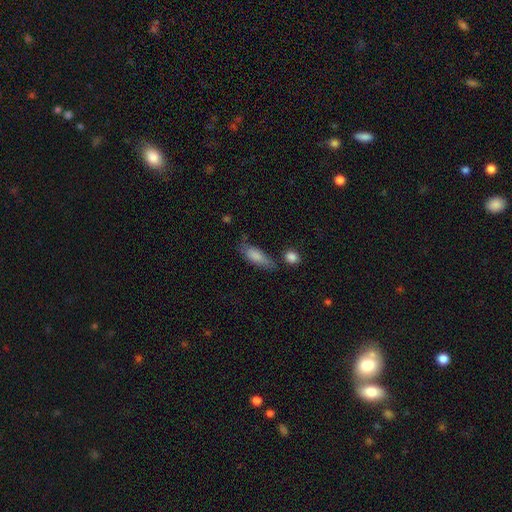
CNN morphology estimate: A smooth galaxy with no disk features (81%) that is in between round and cigar-shaped (67%). Merging: none (54%).